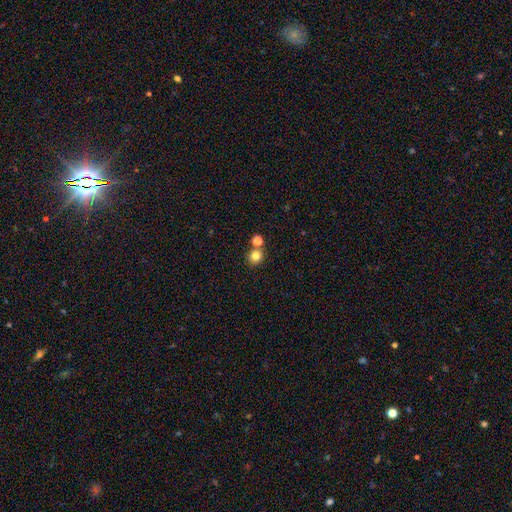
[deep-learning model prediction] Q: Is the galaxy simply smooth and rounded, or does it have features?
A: smooth — 80%.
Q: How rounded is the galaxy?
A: round — 86%.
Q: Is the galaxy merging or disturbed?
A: none — 71%.